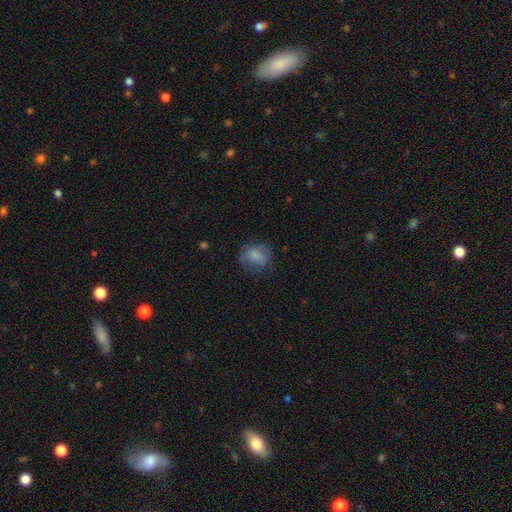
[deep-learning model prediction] Smooth or featured? smooth (76%)
How rounded? round (58%)
Merging? none (64%)